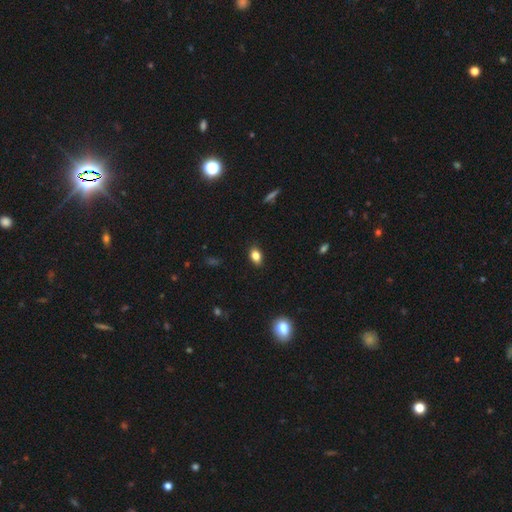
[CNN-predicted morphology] Smooth or featured: smooth — 82% (star or artifact — 10%)
How rounded: in between — 82% (round — 15%)
Merging: none — 86% (minor disturbance — 11%)